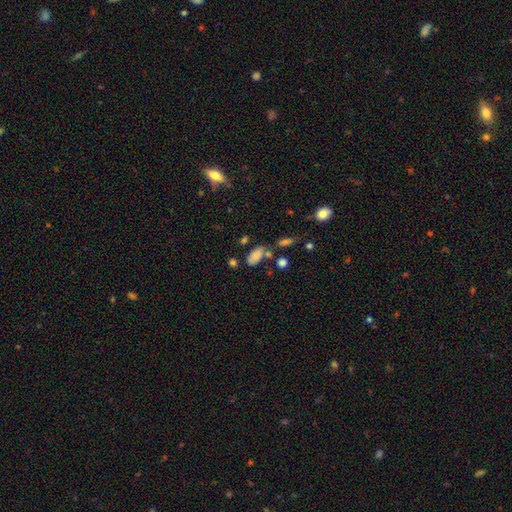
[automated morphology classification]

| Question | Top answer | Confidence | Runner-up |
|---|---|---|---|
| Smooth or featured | smooth | 82% | star or artifact (10%) |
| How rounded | in between | 91% | cigar-shaped (6%) |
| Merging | none | 54% | minor disturbance (21%) |